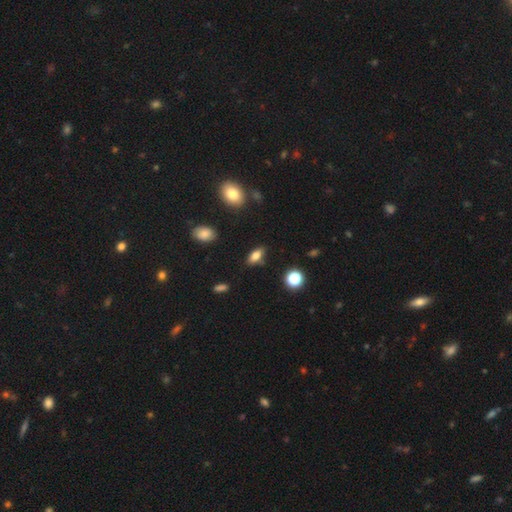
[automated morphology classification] Smooth or featured?
  - smooth: 76% *
  - featured or disk: 14%
  - star or artifact: 10%
How rounded?
  - in between: 83% *
  - cigar-shaped: 11%
  - round: 7%
Merging?
  - none: 80% *
  - minor disturbance: 13%
  - merger: 3%
  - major disturbance: 3%